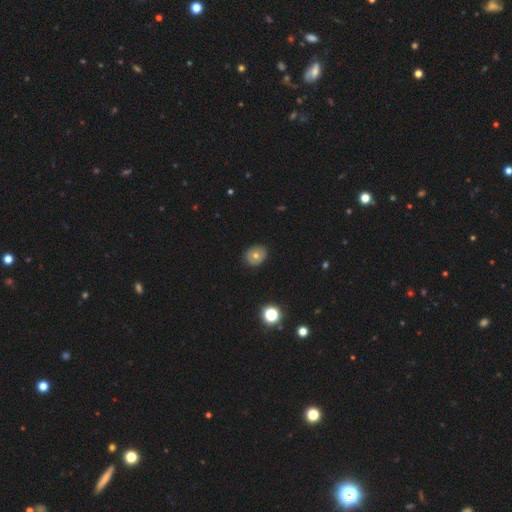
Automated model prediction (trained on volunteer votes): Smooth or featured? smooth (60%)
How rounded? round (65%)
Merging? none (85%)